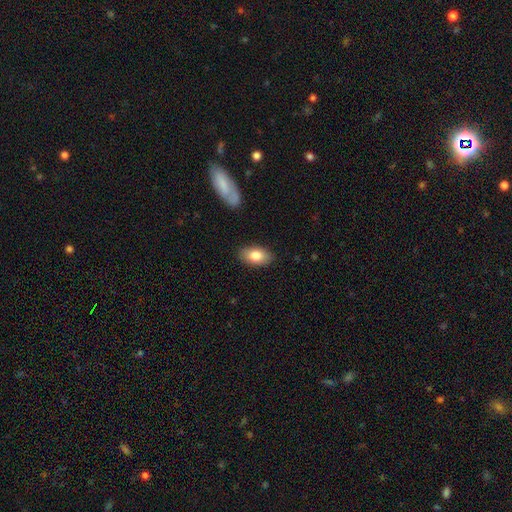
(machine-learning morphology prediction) type=smooth (81%); roundness=in between (92%); merging=none (87%).